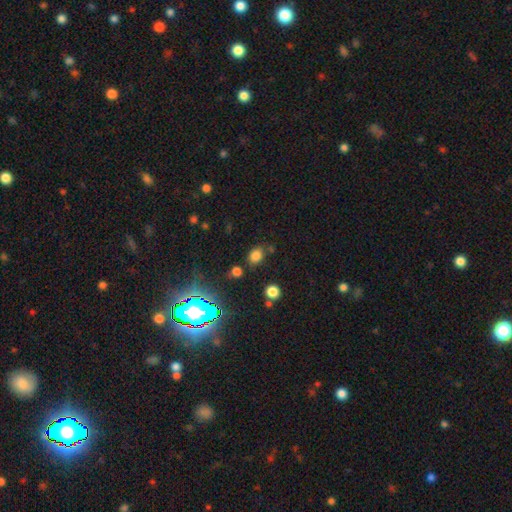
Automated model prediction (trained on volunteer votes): Morphology: type=smooth (73%); roundness=in between (56%); merging=none (75%).